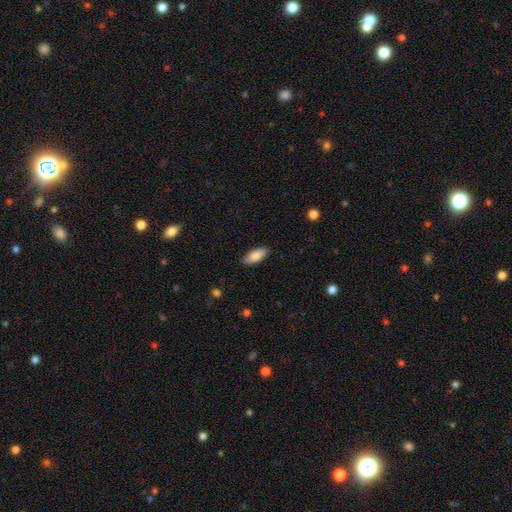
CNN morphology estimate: Smooth or featured?
  - smooth: 83% *
  - featured or disk: 11%
  - star or artifact: 6%
How rounded?
  - in between: 81% *
  - cigar-shaped: 17%
  - round: 2%
Merging?
  - none: 87% *
  - minor disturbance: 10%
  - major disturbance: 2%
  - merger: 1%